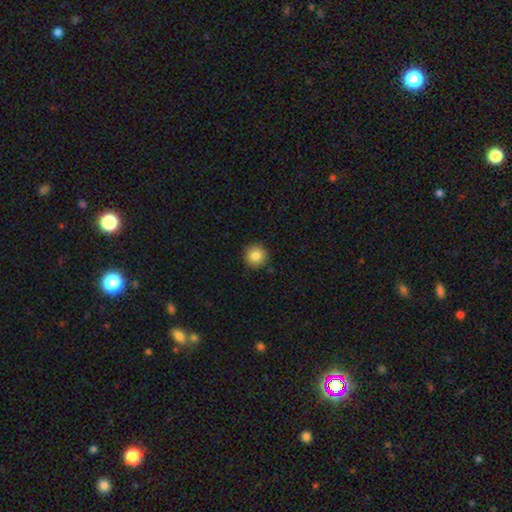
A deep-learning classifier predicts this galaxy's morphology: Q: Smooth or featured?
A: smooth (84%); runner-up: star or artifact (9%)
Q: How rounded?
A: round (95%); runner-up: in between (4%)
Q: Merging?
A: none (92%); runner-up: minor disturbance (6%)